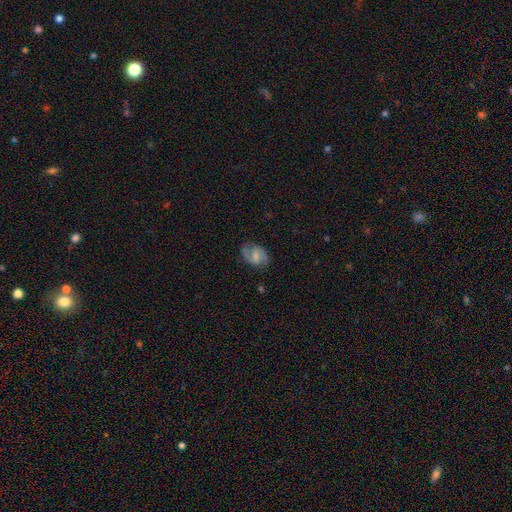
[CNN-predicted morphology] The model was most divided on "bulge size": small: 40%, moderate: 39%, none: 15%, large: 5%, dominant: 1%. More confident: edge-on disk — no (97%); spiral arms — yes (90%); spiral arm count — 2 (86%); merging — none (73%); smooth or featured — featured or disk (67%); bar — weak (54%); spiral winding — medium (51%).